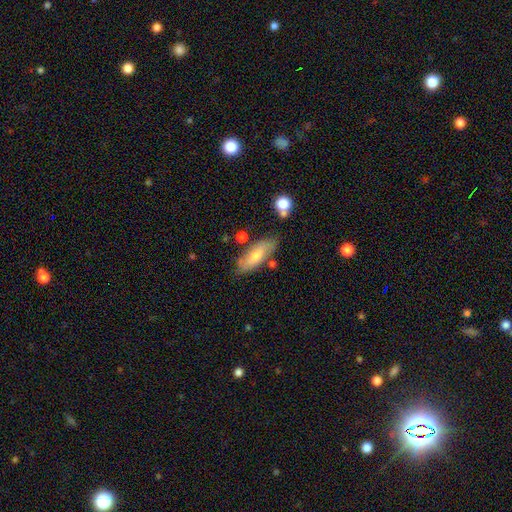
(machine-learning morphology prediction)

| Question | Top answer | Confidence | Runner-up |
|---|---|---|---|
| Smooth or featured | smooth | 66% | featured or disk (27%) |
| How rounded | in between | 63% | cigar-shaped (35%) |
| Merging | none | 74% | minor disturbance (17%) |